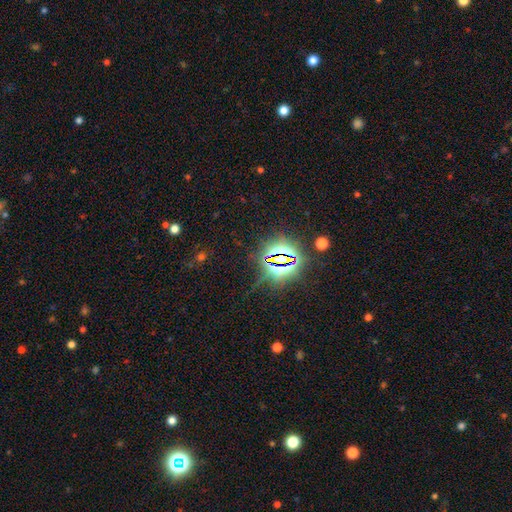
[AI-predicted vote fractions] A star or artifact, not a galaxy (83%).